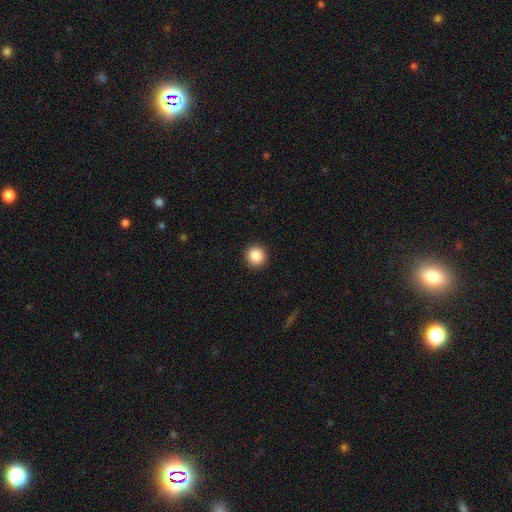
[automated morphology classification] A smooth galaxy with no disk features (87%) that is round (94%).

Vote fractions:
- Smooth or featured? smooth: 87% / star or artifact: 9% / featured or disk: 4%
- How rounded? round: 94% / in between: 5% / cigar-shaped: 1%
- Merging? none: 93% / minor disturbance: 5% / major disturbance: 2% / merger: 1%